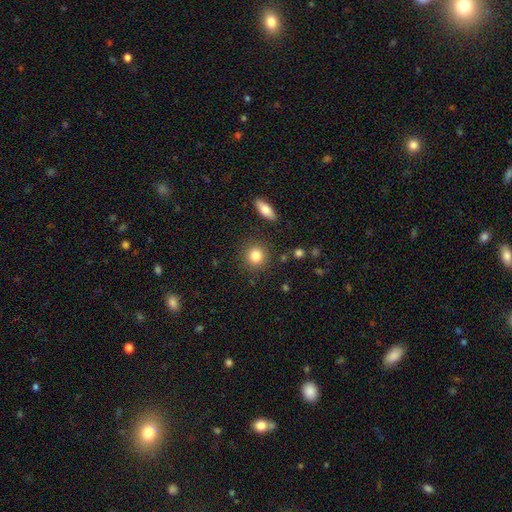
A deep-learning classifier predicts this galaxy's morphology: Smooth or featured? smooth (84%)
How rounded? round (87%)
Merging? none (88%)